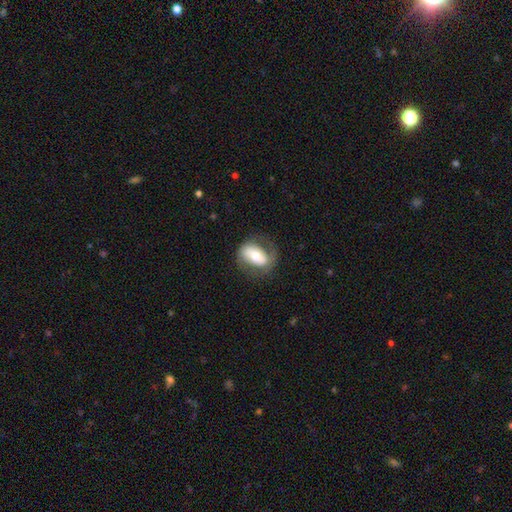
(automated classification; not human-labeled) Q: Smooth or featured?
A: featured or disk (47%); tied with: smooth (47%)
Q: Merging?
A: none (65%); runner-up: minor disturbance (21%)